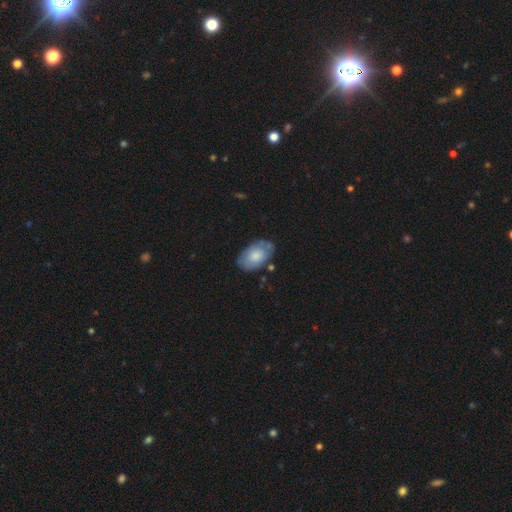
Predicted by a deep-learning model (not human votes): smooth 71%, featured or disk 23%, star or artifact 6%. Down the decision tree: how rounded — in between (93%); merging — none (71%).